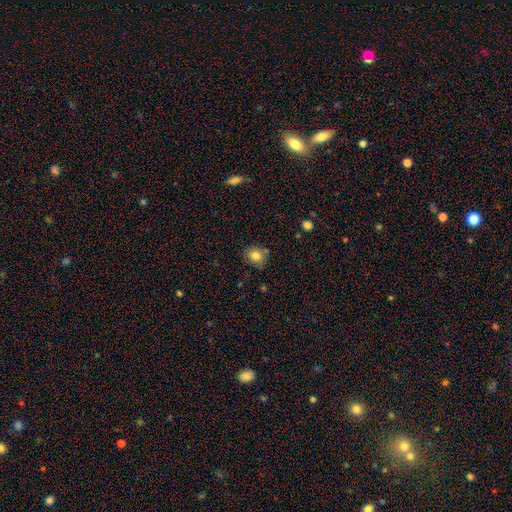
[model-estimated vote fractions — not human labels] smooth-or-featured: smooth: 81% | star or artifact: 11% | featured or disk: 9%
  how-rounded: round: 74% | in between: 25% | cigar-shaped: 1%
  merging: none: 76% | minor disturbance: 15% | merger: 6% | major disturbance: 3%